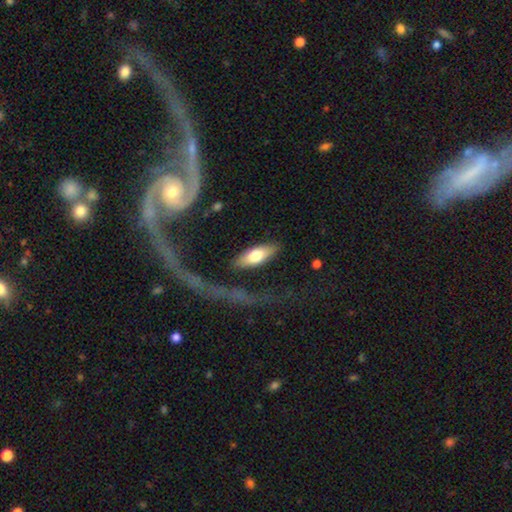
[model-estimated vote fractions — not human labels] Overall: smooth (69%). How rounded: in between (70%). Merging: none (70%).